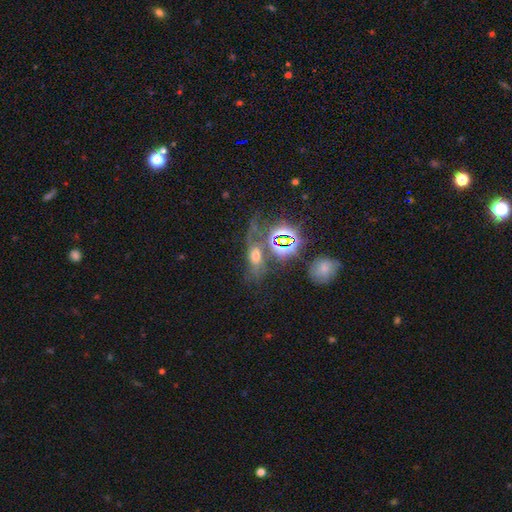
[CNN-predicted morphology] Smooth or featured: star or artifact — 38% (smooth — 35%)